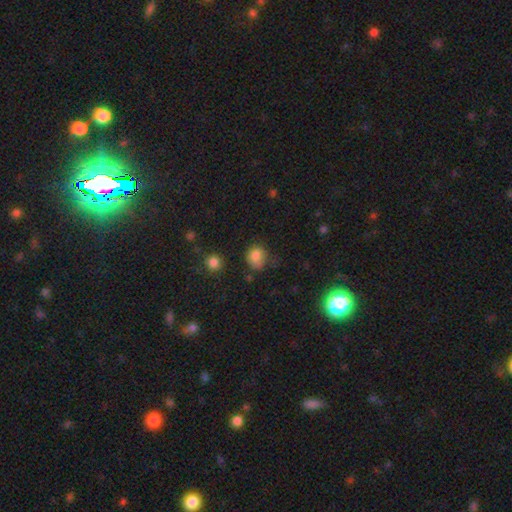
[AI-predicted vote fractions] Smooth or featured? smooth (79%)
How rounded? round (66%)
Merging? none (54%)